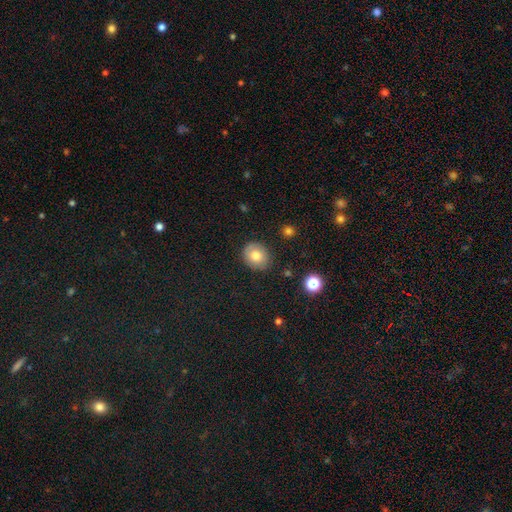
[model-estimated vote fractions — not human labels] This is likely a smooth galaxy (76%). How rounded: likely round (69%). Merging: clearly none (84%).